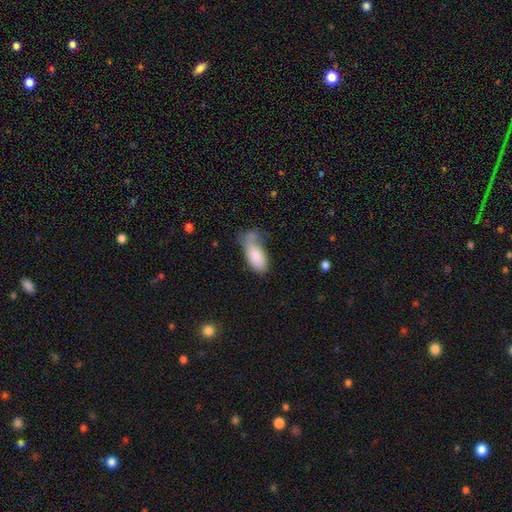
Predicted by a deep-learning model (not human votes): This is clearly a smooth galaxy (83%). How rounded: clearly in between (88%). Merging: marginally minor disturbance (31%).